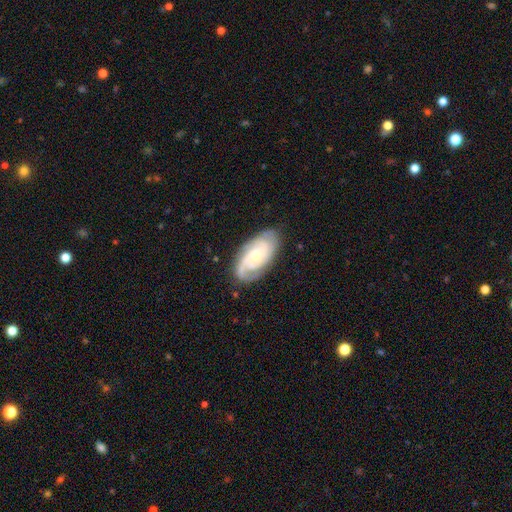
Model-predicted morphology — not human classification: type=featured or disk (82%); edge-on=no (95%); bar=no (70%); spiral arms=yes (96%); winding=tight (56%); arm count=2 (44%); bulge=small (58%); merging=none (78%).